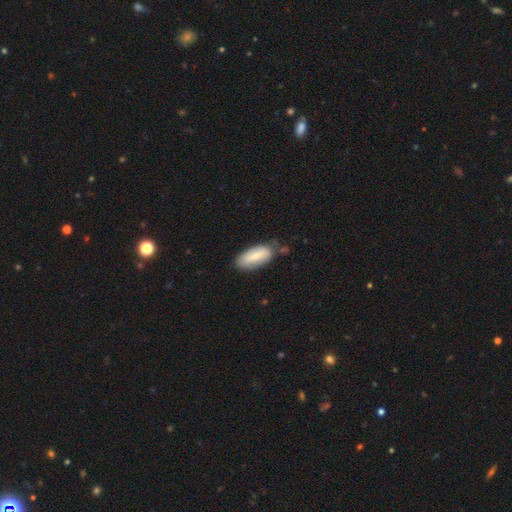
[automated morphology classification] smooth-or-featured: smooth: 73% | featured or disk: 21% | star or artifact: 6%
  how-rounded: in between: 85% | cigar-shaped: 13% | round: 2%
  merging: none: 68% | minor disturbance: 23% | major disturbance: 5% | merger: 4%